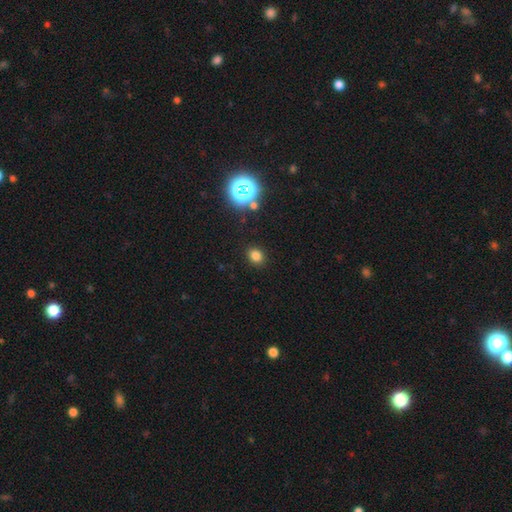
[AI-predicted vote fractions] Smooth or featured: smooth — 77% (star or artifact — 18%)
How rounded: round — 65% (in between — 34%)
Merging: none — 89% (minor disturbance — 7%)